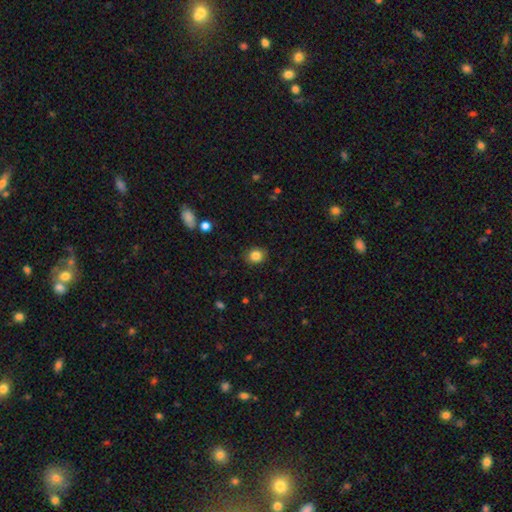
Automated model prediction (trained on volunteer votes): Smooth or featured? smooth (84%)
How rounded? round (65%)
Merging? none (88%)